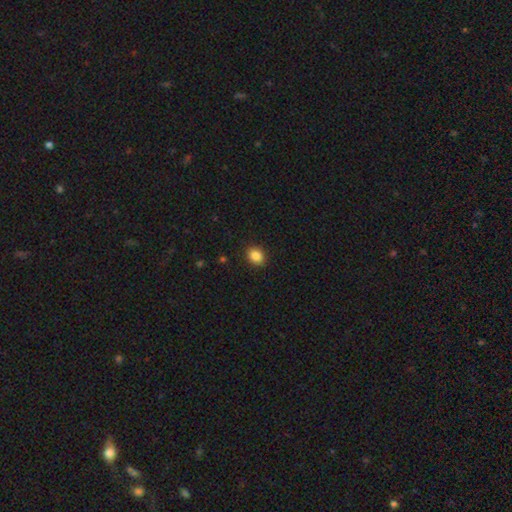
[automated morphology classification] This appears to be a smooth galaxy with no disk features (87%) that is round (55%). Merging: none (91%).